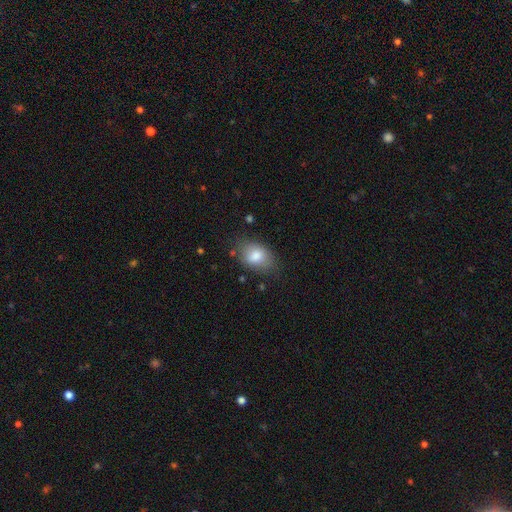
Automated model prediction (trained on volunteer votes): This appears to be a smooth galaxy with no disk features (81%) that is in between round and cigar-shaped (85%). Merging: none (71%).